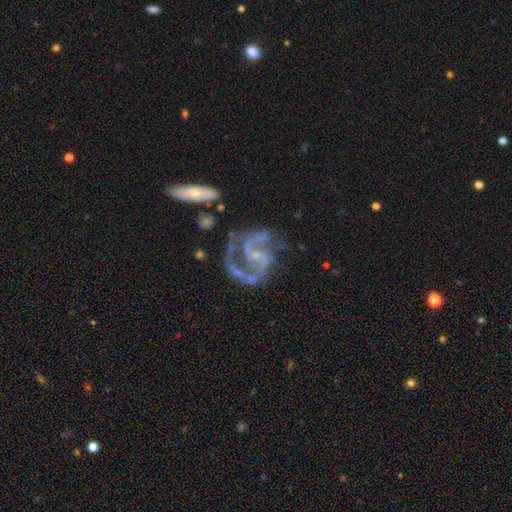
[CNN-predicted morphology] A featured or disk galaxy (92%) with a weak bar (43%), 2 (88%) medium (63%) spiral arms (97%) and a small central bulge (73%). Merging: none (55%).